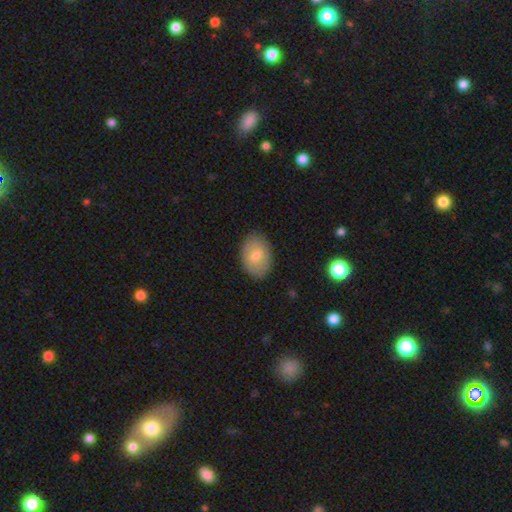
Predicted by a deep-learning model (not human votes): Overall: smooth (72%). How rounded: in between (83%). Merging: none (86%).